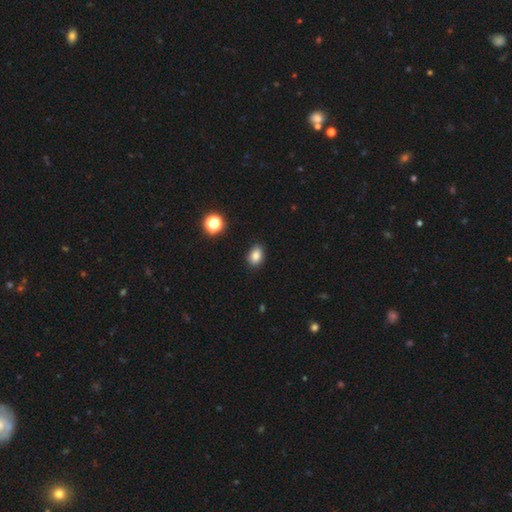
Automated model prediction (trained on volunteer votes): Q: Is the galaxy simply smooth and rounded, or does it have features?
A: smooth — 83%.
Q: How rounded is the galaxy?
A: in between — 73%.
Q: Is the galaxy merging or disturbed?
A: none — 85%.